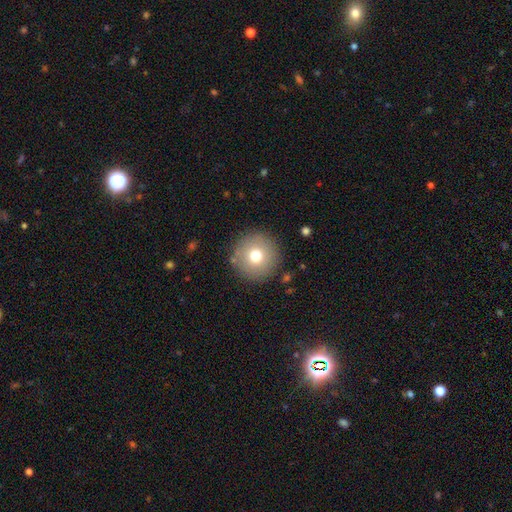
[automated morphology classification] type=smooth (72%); roundness=round (96%); merging=none (88%).